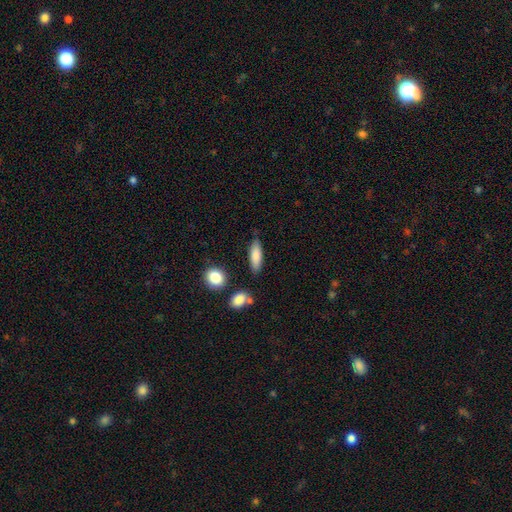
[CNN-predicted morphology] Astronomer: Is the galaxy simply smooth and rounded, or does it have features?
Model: smooth — 82%.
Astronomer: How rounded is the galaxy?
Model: in between — 55% (runner-up: cigar-shaped, 42%).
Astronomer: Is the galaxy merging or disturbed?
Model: none — 79%.